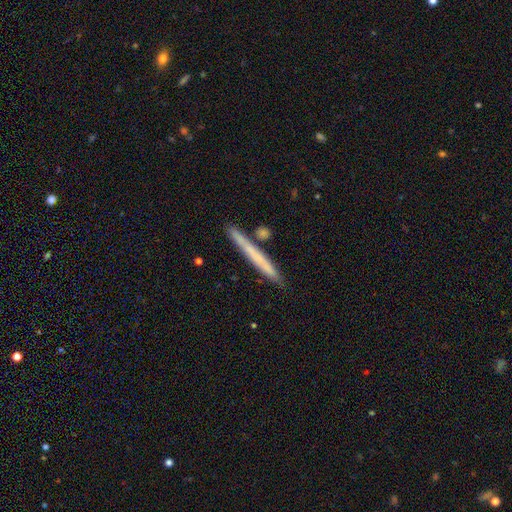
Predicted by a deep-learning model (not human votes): smooth 58%, featured or disk 35%, star or artifact 7%. Down the decision tree: how rounded — cigar-shaped (97%); merging — none (82%).